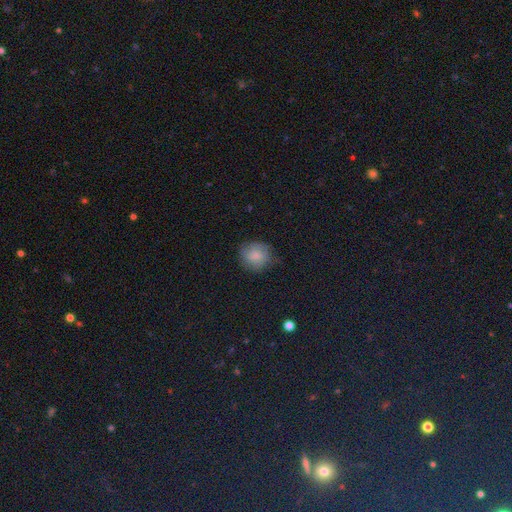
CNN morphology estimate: smooth-or-featured: smooth: 78% | featured or disk: 13% | star or artifact: 8%
  how-rounded: round: 82% | in between: 16% | cigar-shaped: 1%
  merging: none: 69% | minor disturbance: 23% | major disturbance: 6% | merger: 1%